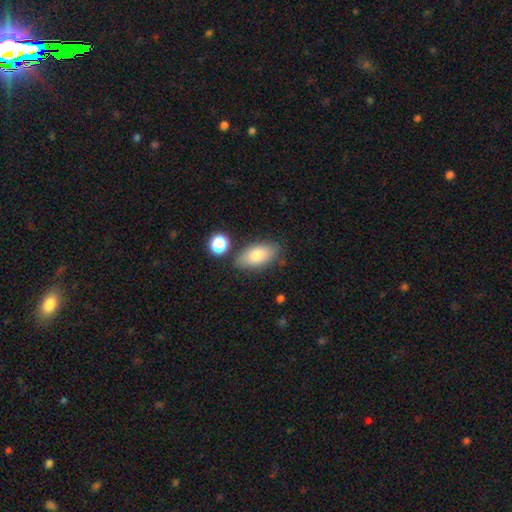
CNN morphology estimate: smooth_or_featured: smooth (p=0.79) [alt: featured or disk p=0.12]
how_rounded: in between (p=0.90) [alt: cigar-shaped p=0.05]
merging: none (p=0.79) [alt: minor disturbance p=0.12]